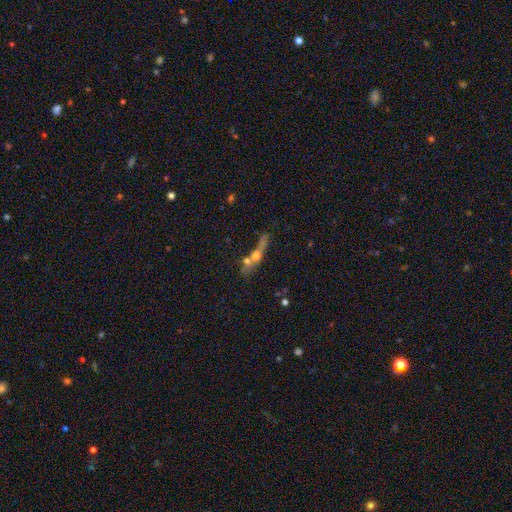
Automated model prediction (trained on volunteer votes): Q: Smooth or featured?
A: smooth (43%); tied with: featured or disk (43%)
Q: Merging?
A: merger (46%); runner-up: none (33%)